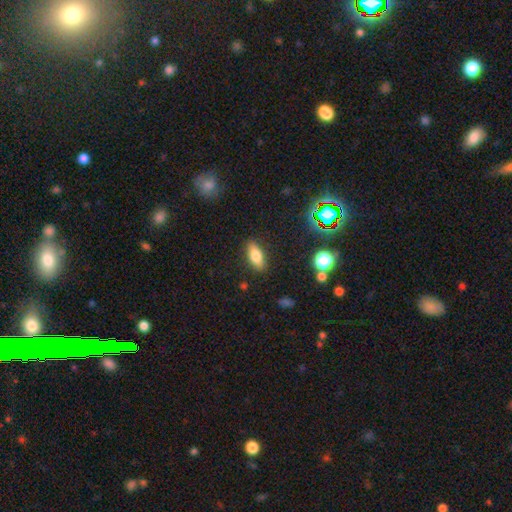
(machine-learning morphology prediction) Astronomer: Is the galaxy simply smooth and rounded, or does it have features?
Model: smooth — 75%.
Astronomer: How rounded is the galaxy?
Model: in between — 74%.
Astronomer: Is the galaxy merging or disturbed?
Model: none — 86%.